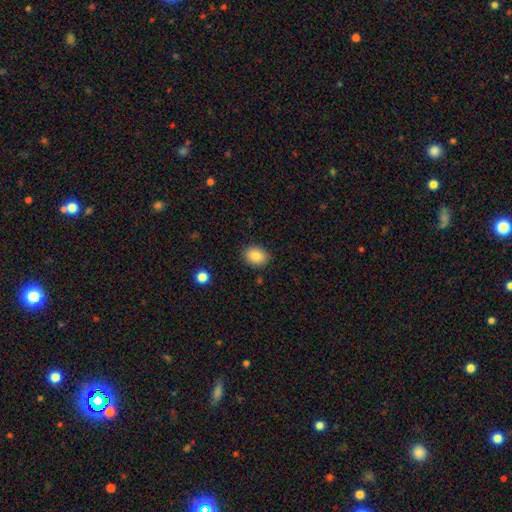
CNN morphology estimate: This appears to be a smooth galaxy with no disk features (85%) that is in between round and cigar-shaped (60%). Merging: none (86%).